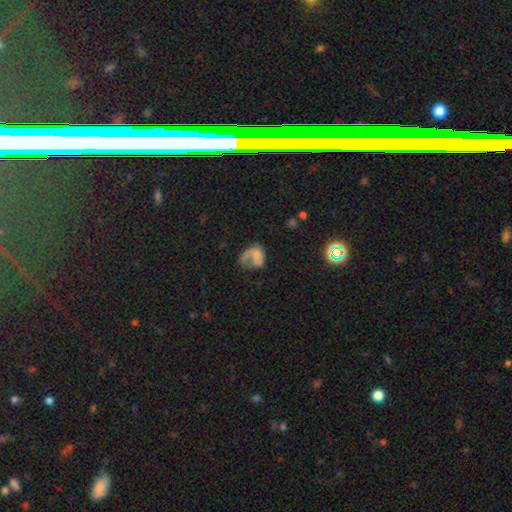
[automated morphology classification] Overall: featured or disk (53%; smooth 35%). Edge-on disk: no (98%). Bar: no (79%). Spiral arms: yes (68%; no 32%). Bulge size: small (43%; none 29%). Merging: major disturbance (45%; none 29%).